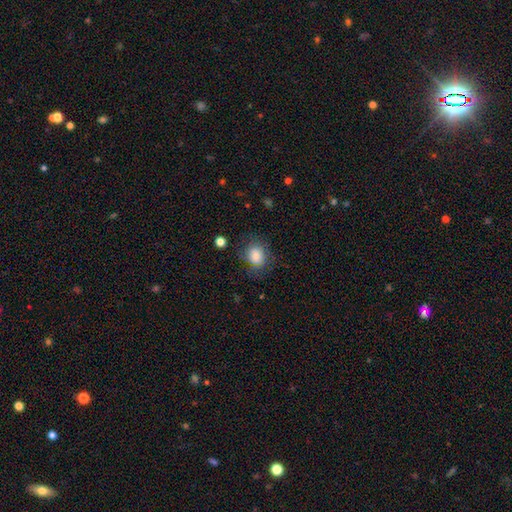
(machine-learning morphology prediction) Smooth or featured?
  - smooth: 83% *
  - star or artifact: 9%
  - featured or disk: 8%
How rounded?
  - round: 56% *
  - in between: 43%
  - cigar-shaped: 1%
Merging?
  - none: 69% *
  - minor disturbance: 20%
  - major disturbance: 9%
  - merger: 2%